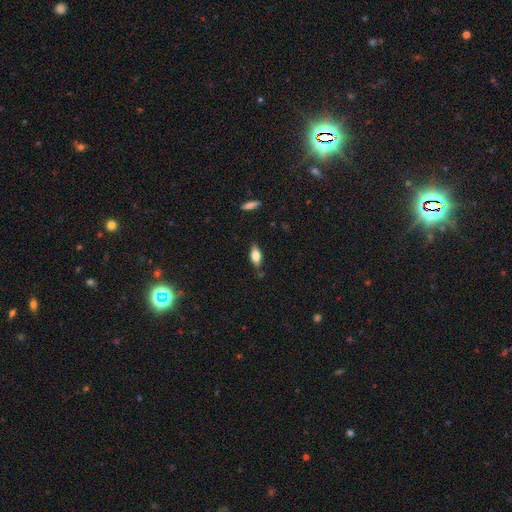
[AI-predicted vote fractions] Morphology: type=smooth (67%); roundness=in between (80%); merging=none (77%).